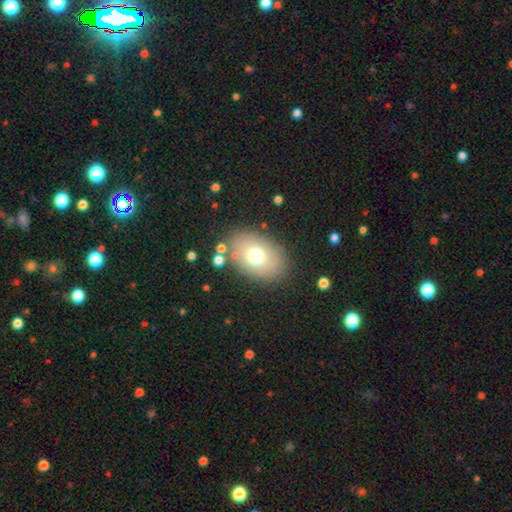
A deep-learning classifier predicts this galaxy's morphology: smooth_or_featured: smooth (p=0.71) [alt: featured or disk p=0.18]
how_rounded: in between (p=0.79) [alt: round p=0.20]
merging: none (p=0.82) [alt: minor disturbance p=0.10]